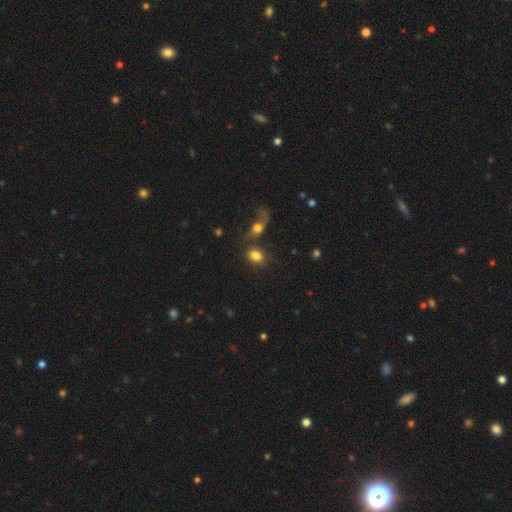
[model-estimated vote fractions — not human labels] Smooth or featured?
  - smooth: 81% *
  - star or artifact: 10%
  - featured or disk: 9%
How rounded?
  - in between: 67% *
  - round: 31%
  - cigar-shaped: 2%
Merging?
  - none: 52% *
  - merger: 29%
  - minor disturbance: 12%
  - major disturbance: 7%